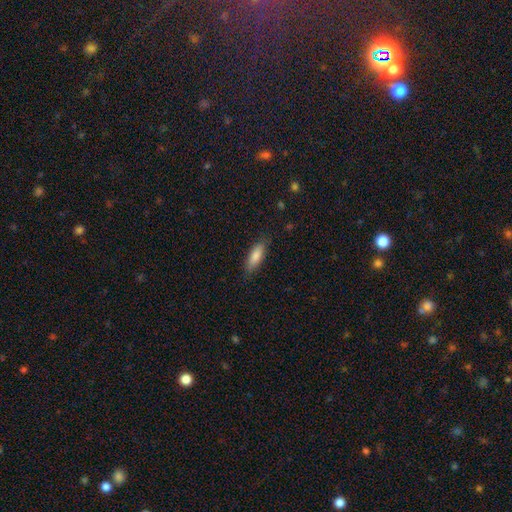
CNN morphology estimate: This is clearly a smooth galaxy (83%). How rounded: possibly in between (57%). Merging: clearly none (83%).